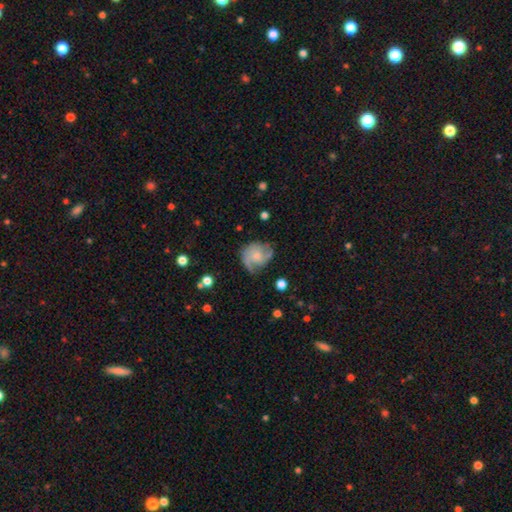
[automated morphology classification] smooth_or_featured: featured or disk (p=0.68) [alt: smooth p=0.25]
disk_edge_on: no (p=0.98) [alt: yes p=0.02]
bar: no (p=0.71) [alt: weak p=0.25]
has_spiral_arms: yes (p=0.90) [alt: no p=0.10]
spiral_winding: medium (p=0.45) [alt: tight p=0.30]
spiral_arm_count: 2 (p=0.48) [alt: 3 p=0.18]
bulge_size: small (p=0.57) [alt: moderate p=0.32]
merging: none (p=0.60) [alt: minor disturbance p=0.25]